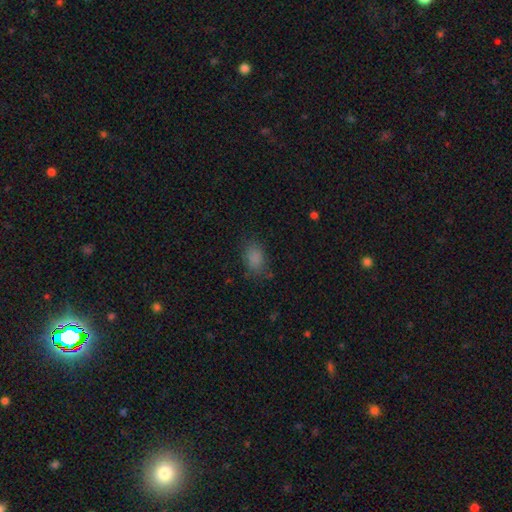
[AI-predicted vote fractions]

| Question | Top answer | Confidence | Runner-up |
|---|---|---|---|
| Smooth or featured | smooth | 81% | star or artifact (15%) |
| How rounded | in between | 81% | round (17%) |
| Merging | none | 77% | minor disturbance (16%) |